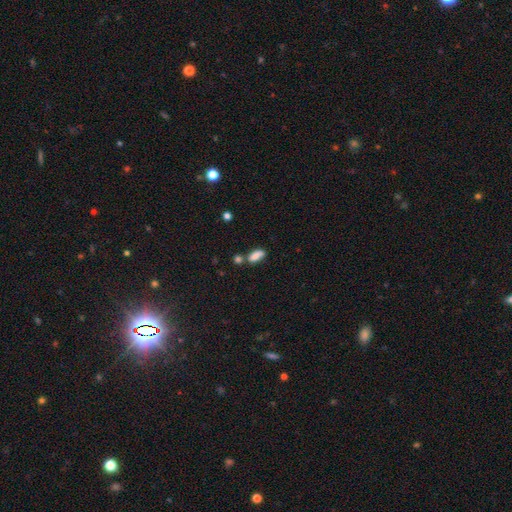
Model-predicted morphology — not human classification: Q: Smooth or featured?
A: smooth (83%); runner-up: star or artifact (9%)
Q: How rounded?
A: in between (78%); runner-up: cigar-shaped (17%)
Q: Merging?
A: none (53%); runner-up: merger (24%)